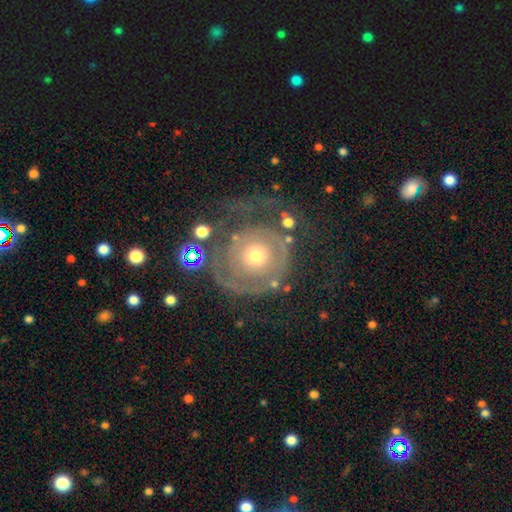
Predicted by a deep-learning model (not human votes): A featured or disk galaxy (71%) with no bar (88%), spiral arms (65%) and a moderate central bulge (49%). Merging: none (48%).